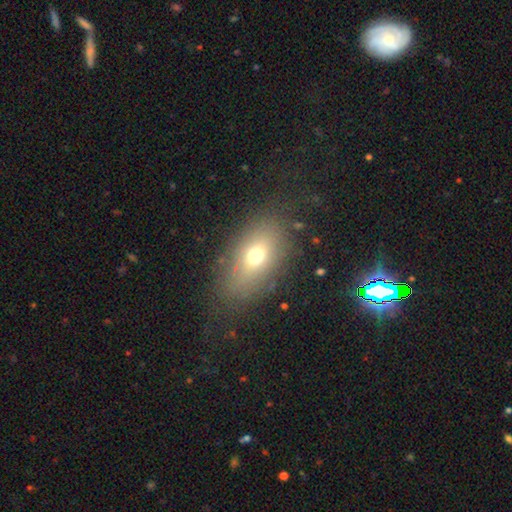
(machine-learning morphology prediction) smooth 66%, featured or disk 20%, star or artifact 14%. Down the decision tree: how rounded — in between (80%); merging — none (78%).